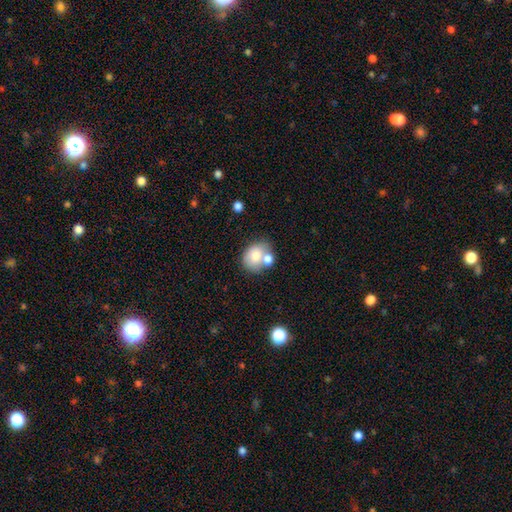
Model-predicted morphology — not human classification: This appears to be a smooth galaxy with no disk features (75%) that is round (54%). Merging: none (45%).